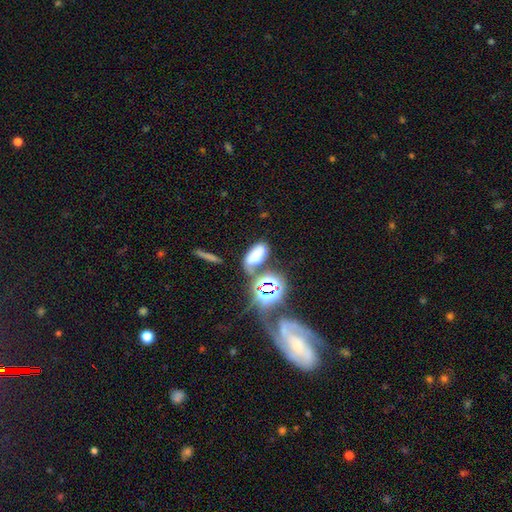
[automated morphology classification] This appears to be a smooth galaxy with no disk features (57%) that is in between round and cigar-shaped (89%). Merging: none (49%).